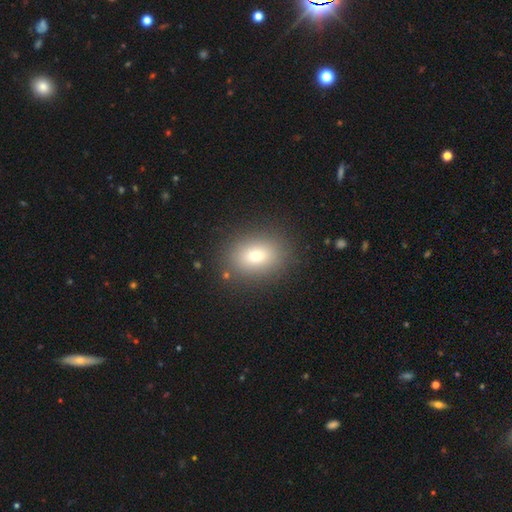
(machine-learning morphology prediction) Smooth or featured? Predicted: smooth (p=0.77). How rounded? Predicted: in between (p=0.66). Merging? Predicted: none (p=0.86).